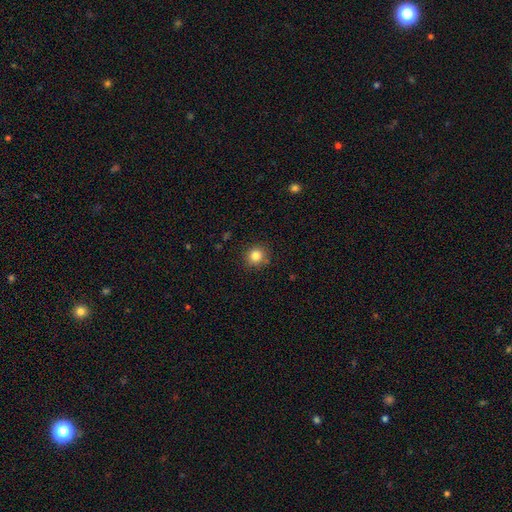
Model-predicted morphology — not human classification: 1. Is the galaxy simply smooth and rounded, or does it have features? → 83% smooth, 11% star or artifact, 6% featured or disk.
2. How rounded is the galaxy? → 89% round, 10% in between, 1% cigar-shaped.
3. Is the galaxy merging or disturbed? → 87% none, 9% minor disturbance, 2% major disturbance, 2% merger.